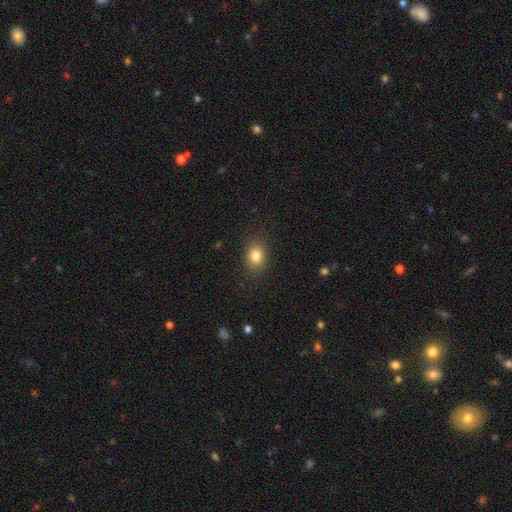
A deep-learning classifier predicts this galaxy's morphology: This is clearly a smooth galaxy (82%). How rounded: possibly in between (55%). Merging: clearly none (87%).